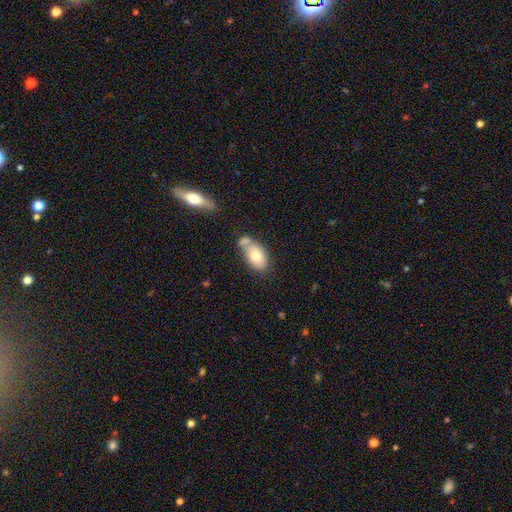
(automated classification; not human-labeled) Smooth or featured? Predicted: smooth (p=0.74). How rounded? Predicted: in between (p=0.91). Merging? Predicted: none (p=0.44).